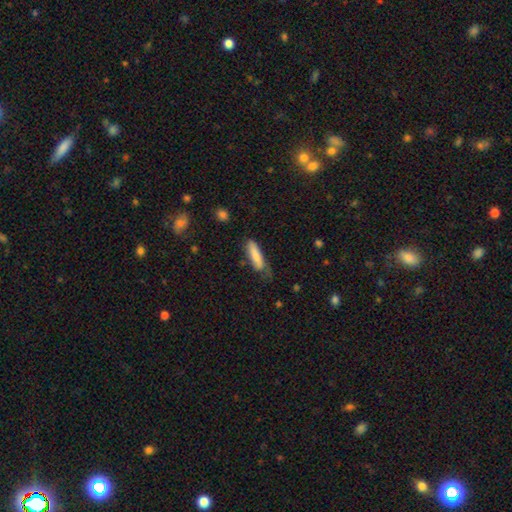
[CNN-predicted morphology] Smooth or featured? Predicted: smooth (p=0.76). How rounded? Predicted: cigar-shaped (p=0.61). Merging? Predicted: none (p=0.51).